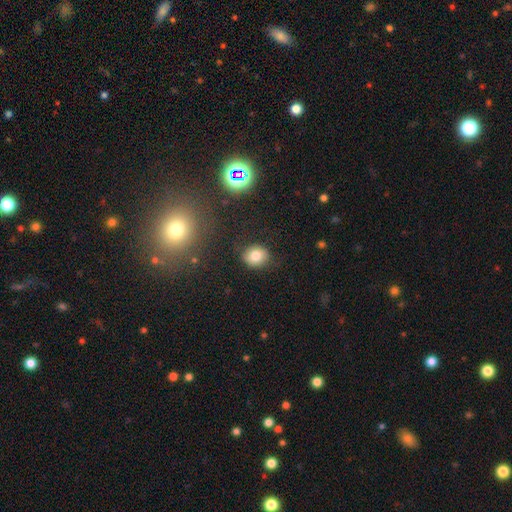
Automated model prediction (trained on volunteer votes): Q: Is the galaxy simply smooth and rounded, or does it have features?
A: smooth — 78%.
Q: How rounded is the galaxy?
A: round — 64%.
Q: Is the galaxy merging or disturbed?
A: none — 83%.